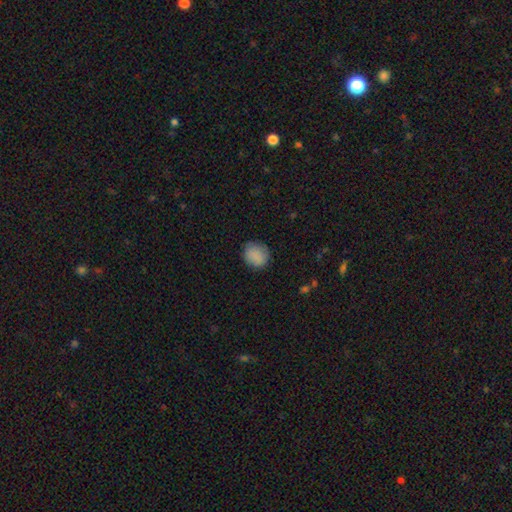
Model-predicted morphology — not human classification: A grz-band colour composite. It shows a smooth galaxy with no disk features (86%) that is round (74%). Merging: none (77%).